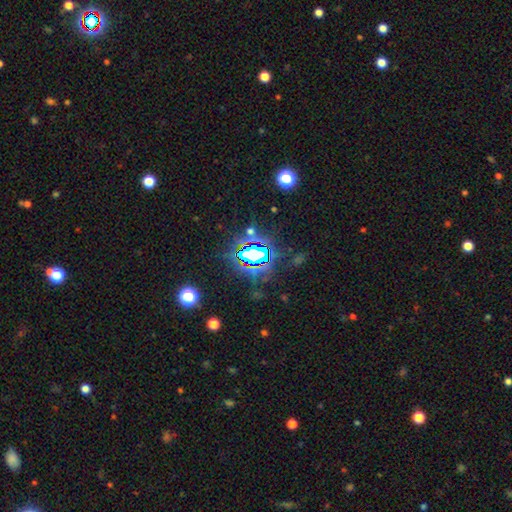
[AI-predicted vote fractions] Smooth or featured? star or artifact (80%)